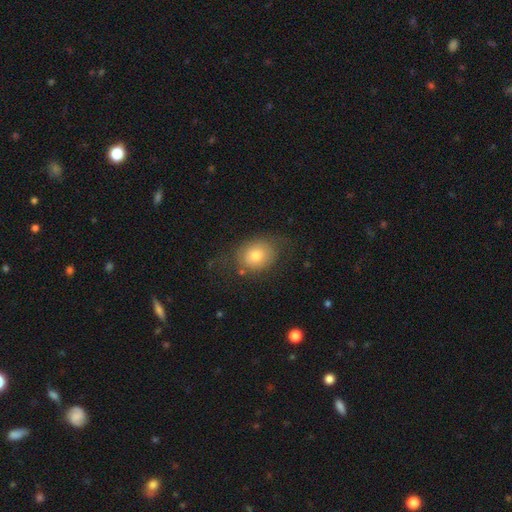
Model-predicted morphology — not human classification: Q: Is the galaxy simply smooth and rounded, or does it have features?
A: smooth — 67%.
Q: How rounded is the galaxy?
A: round — 53%.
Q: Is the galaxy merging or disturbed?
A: none — 64%.